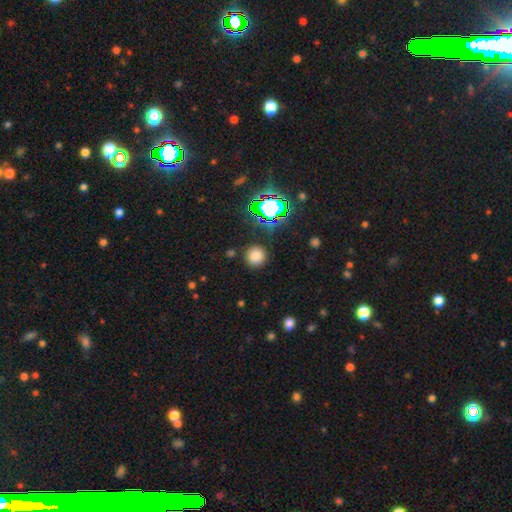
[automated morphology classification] smooth 75%, star or artifact 19%, featured or disk 5%. Down the decision tree: how rounded — round (94%); merging — none (87%).